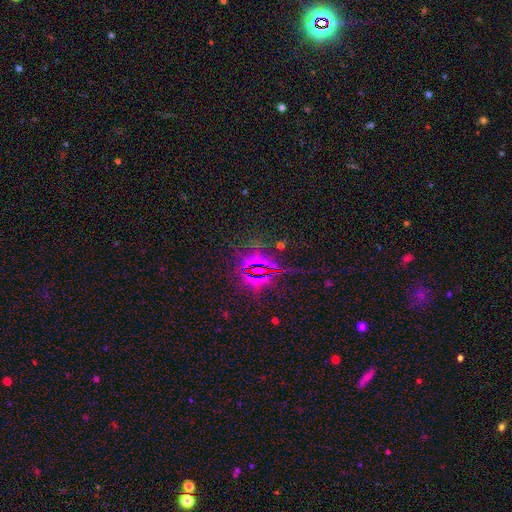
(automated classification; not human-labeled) Smooth or featured?
  - star or artifact: 80% *
  - smooth: 12%
  - featured or disk: 9%